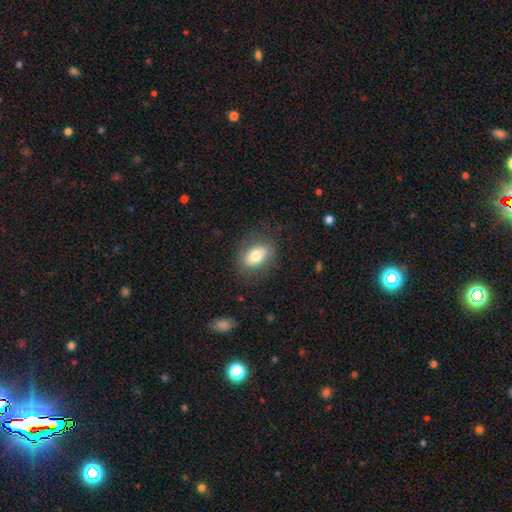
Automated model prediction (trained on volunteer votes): This is likely a smooth galaxy (74%). How rounded: clearly in between (81%). Merging: likely none (79%).